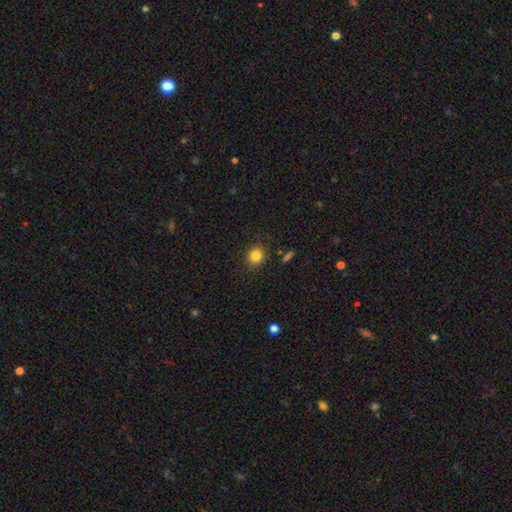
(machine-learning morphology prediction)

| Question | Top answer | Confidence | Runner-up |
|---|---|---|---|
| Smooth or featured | smooth | 84% | star or artifact (11%) |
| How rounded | round | 73% | in between (26%) |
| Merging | none | 87% | minor disturbance (8%) |